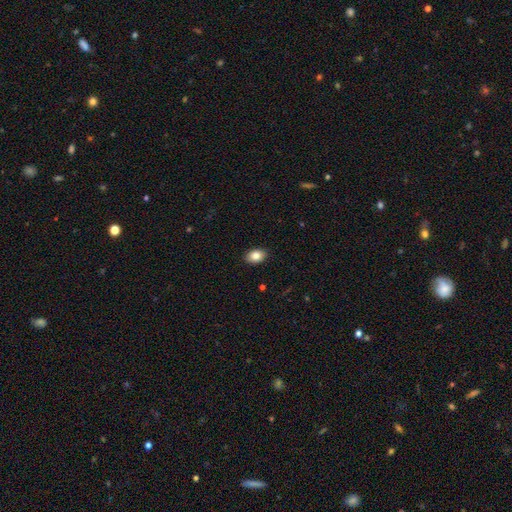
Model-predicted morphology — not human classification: Smooth or featured? smooth (83%)
How rounded? in between (83%)
Merging? none (90%)